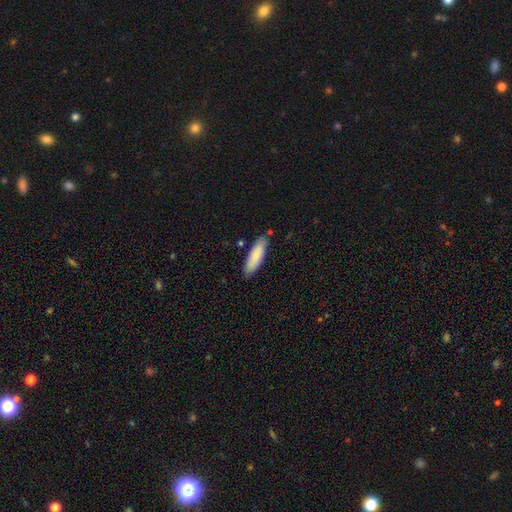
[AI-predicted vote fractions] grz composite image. It shows a smooth galaxy with no disk features (85%) that is cigar-shaped (56%). Merging: none (82%).